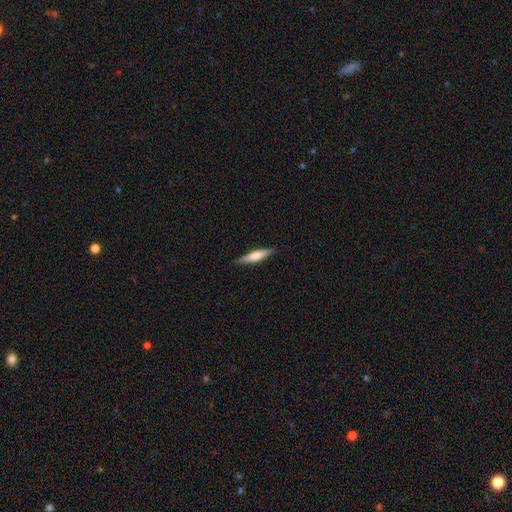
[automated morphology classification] Overall: smooth (55%; featured or disk 39%). How rounded: cigar-shaped (84%). Merging: none (89%).